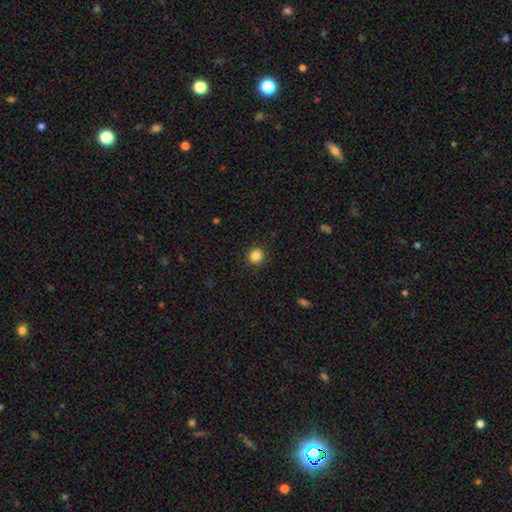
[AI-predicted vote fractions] A smooth galaxy with no disk features (85%) that is round (93%).

Vote fractions:
- Smooth or featured? smooth: 85% / star or artifact: 11% / featured or disk: 3%
- How rounded? round: 93% / in between: 7% / cigar-shaped: 1%
- Merging? none: 91% / minor disturbance: 6% / major disturbance: 2% / merger: 1%